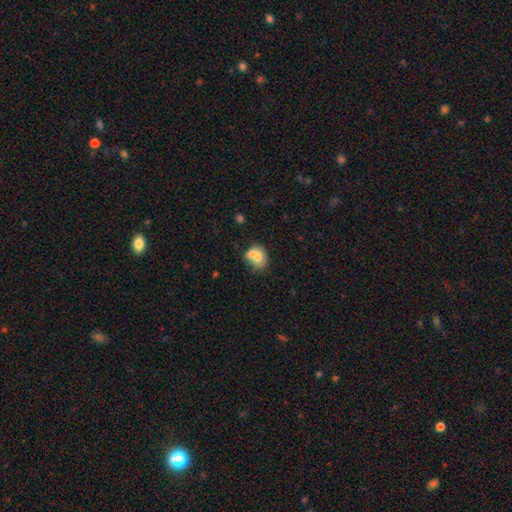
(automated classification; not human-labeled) This appears to be a smooth galaxy with no disk features (69%) that is round (52%). Merging: merger (52%).